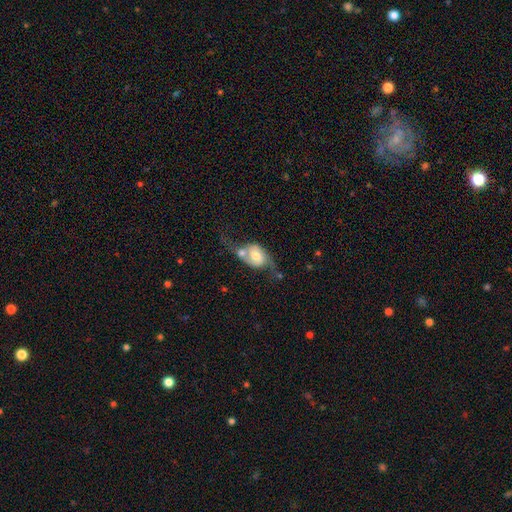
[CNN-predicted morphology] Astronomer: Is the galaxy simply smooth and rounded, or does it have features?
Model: featured or disk — 61%.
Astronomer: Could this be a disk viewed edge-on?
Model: no — 95%.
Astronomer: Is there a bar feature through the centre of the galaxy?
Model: no — 60%.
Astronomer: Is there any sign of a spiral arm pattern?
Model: yes — 83%.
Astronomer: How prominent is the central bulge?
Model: moderate — 57%.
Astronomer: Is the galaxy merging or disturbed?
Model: merger — 38% (runner-up: none, 26%).